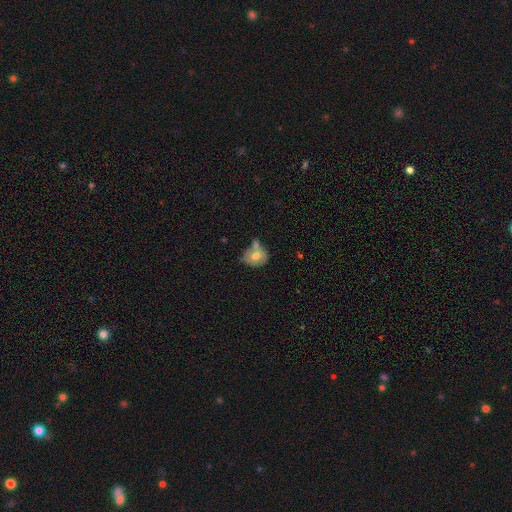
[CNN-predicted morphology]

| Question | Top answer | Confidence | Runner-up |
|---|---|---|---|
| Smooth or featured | smooth | 63% | featured or disk (29%) |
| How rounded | round | 61% | in between (38%) |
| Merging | none | 38% | merger (36%) |